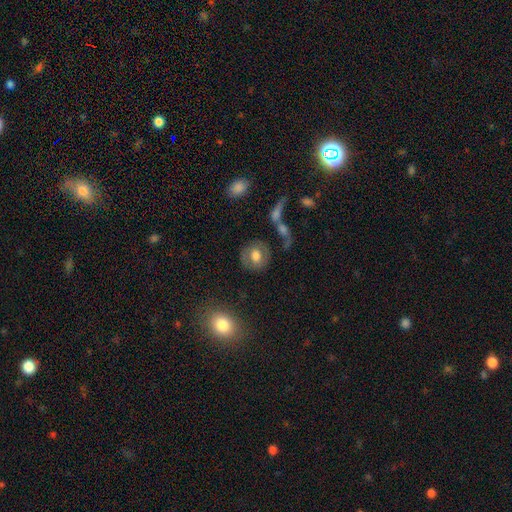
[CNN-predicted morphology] A smooth galaxy with no disk features (62%) that is round (75%).

Vote fractions:
- Smooth or featured? smooth: 62% / featured or disk: 30% / star or artifact: 9%
- How rounded? round: 75% / in between: 23% / cigar-shaped: 2%
- Merging? none: 73% / minor disturbance: 13% / merger: 7% / major disturbance: 7%